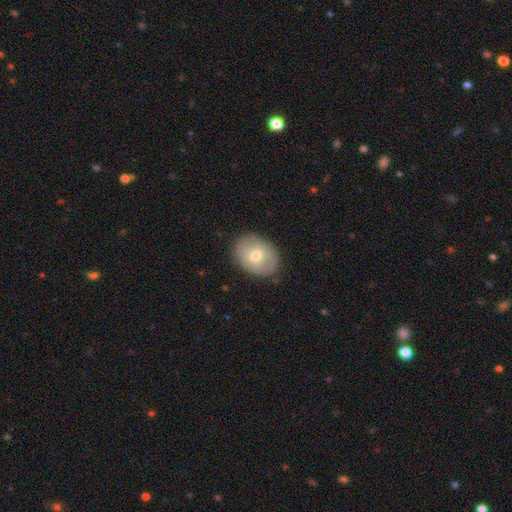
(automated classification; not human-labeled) smooth 61%, featured or disk 31%, star or artifact 7%. Down the decision tree: how rounded — in between (67%); merging — none (80%).